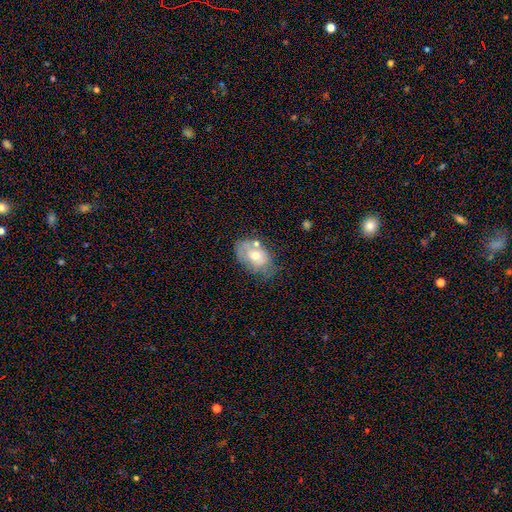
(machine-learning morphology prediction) This appears to be a smooth galaxy with no disk features (54%) that is in between round and cigar-shaped (85%). Merging: none (47%).